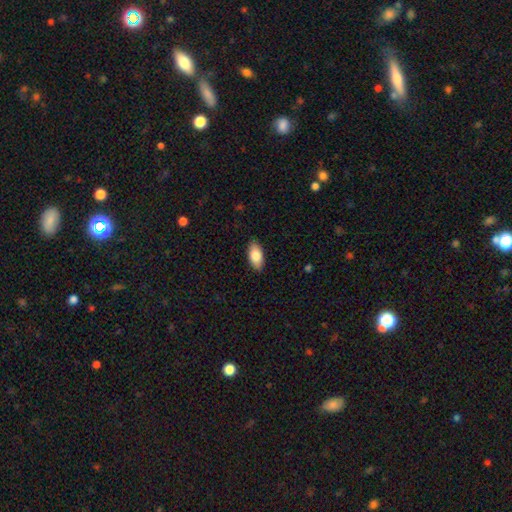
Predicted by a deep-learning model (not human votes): Smooth or featured? smooth (82%)
How rounded? in between (92%)
Merging? none (89%)